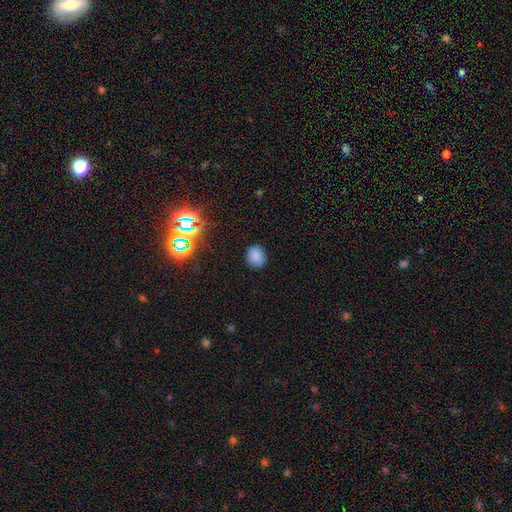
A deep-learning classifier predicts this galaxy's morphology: Smooth or featured? Predicted: smooth (p=0.81). How rounded? Predicted: round (p=0.59). Merging? Predicted: none (p=0.85).